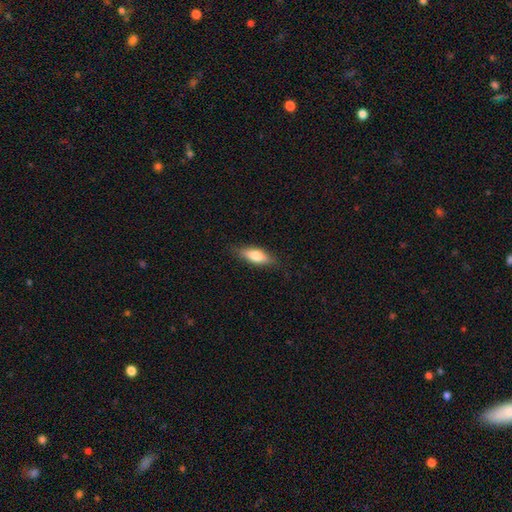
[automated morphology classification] Smooth or featured? Predicted: smooth (p=0.72). How rounded? Predicted: in between (p=0.66). Merging? Predicted: none (p=0.83).